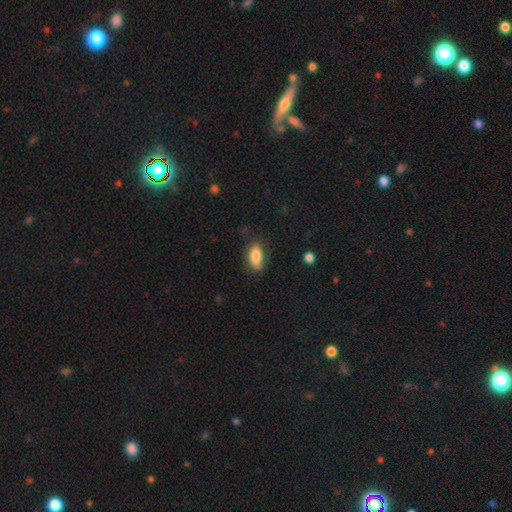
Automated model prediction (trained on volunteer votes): A smooth galaxy with no disk features (81%) that is in between round and cigar-shaped (89%).

Vote fractions:
- Smooth or featured? smooth: 81% / featured or disk: 12% / star or artifact: 8%
- How rounded? in between: 89% / cigar-shaped: 7% / round: 4%
- Merging? none: 64% / minor disturbance: 26% / major disturbance: 7% / merger: 2%